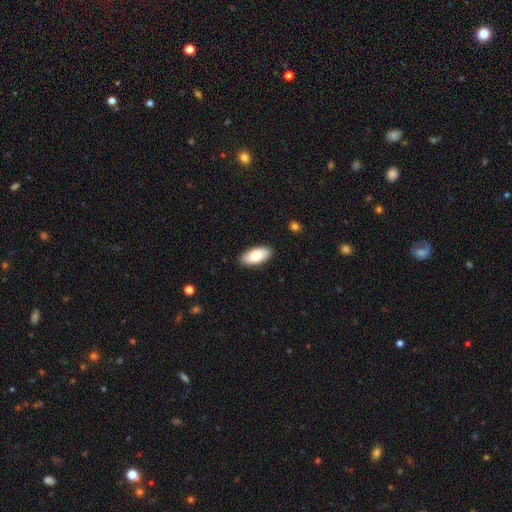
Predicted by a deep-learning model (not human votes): Smooth or featured: smooth — 81% (featured or disk — 14%)
How rounded: in between — 92% (cigar-shaped — 6%)
Merging: none — 89% (minor disturbance — 9%)